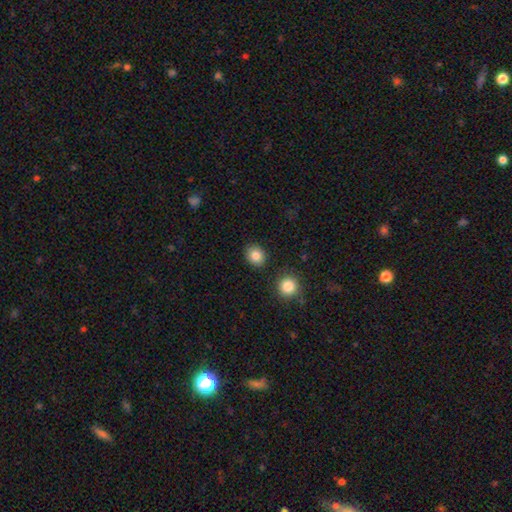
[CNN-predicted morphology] type=smooth (85%); roundness=round (64%); merging=none (86%).